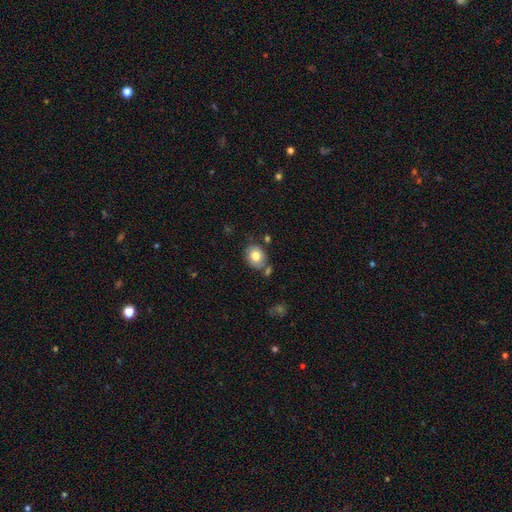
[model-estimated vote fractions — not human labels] This appears to be a smooth galaxy with no disk features (79%) that is round (56%). Merging: none (69%).